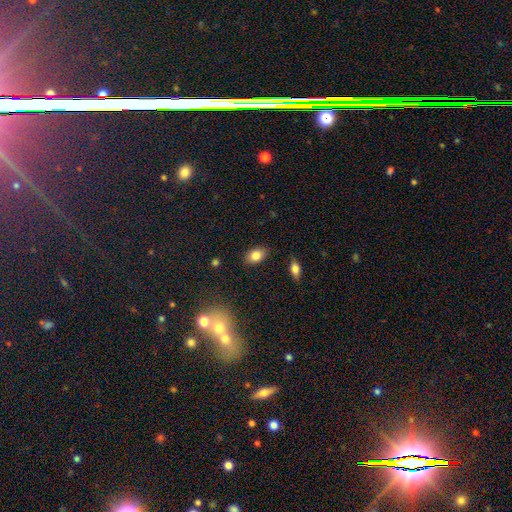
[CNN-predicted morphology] Smooth or featured? smooth (82%)
How rounded? in between (83%)
Merging? none (85%)